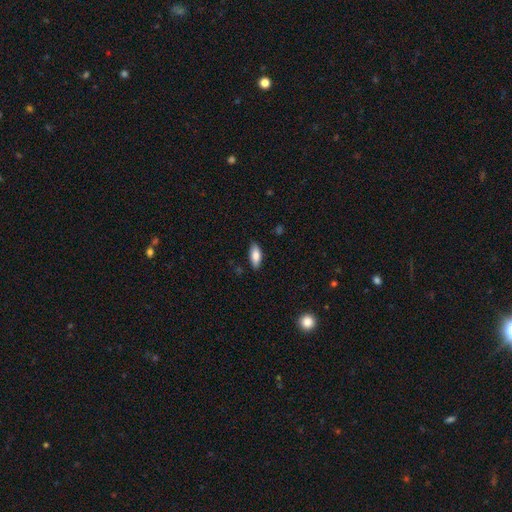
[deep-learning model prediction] smooth_or_featured: smooth (p=0.84) [alt: featured or disk p=0.09]
how_rounded: in between (p=0.82) [alt: cigar-shaped p=0.16]
merging: none (p=0.84) [alt: minor disturbance p=0.13]